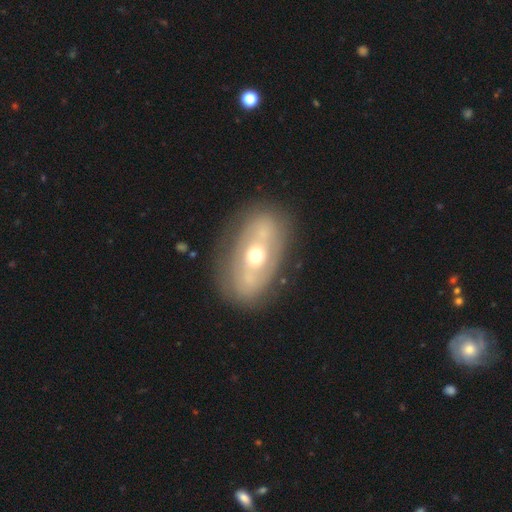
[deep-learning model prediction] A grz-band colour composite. It shows a featured or disk galaxy (68%) with no bar (44%), no spiral arms (58%) and a moderate central bulge (67%). Merging: none (78%).